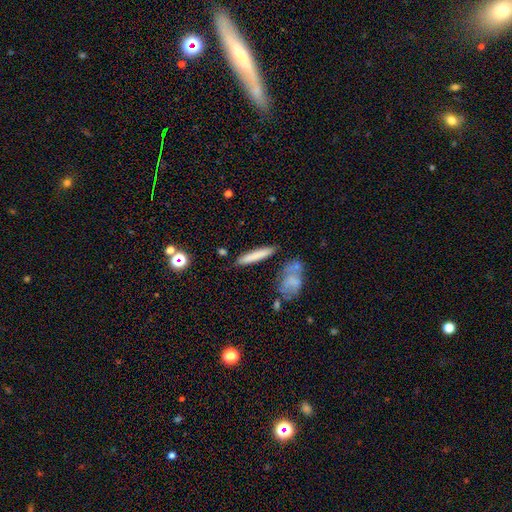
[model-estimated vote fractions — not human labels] smooth_or_featured: smooth (p=0.76) [alt: featured or disk p=0.17]
how_rounded: cigar-shaped (p=0.89) [alt: in between p=0.09]
merging: none (p=0.80) [alt: minor disturbance p=0.11]